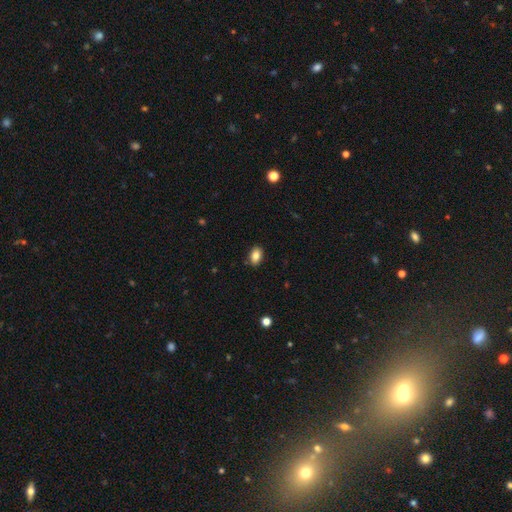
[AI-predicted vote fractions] Smooth or featured? Predicted: smooth (p=0.84). How rounded? Predicted: in between (p=0.86). Merging? Predicted: none (p=0.87).